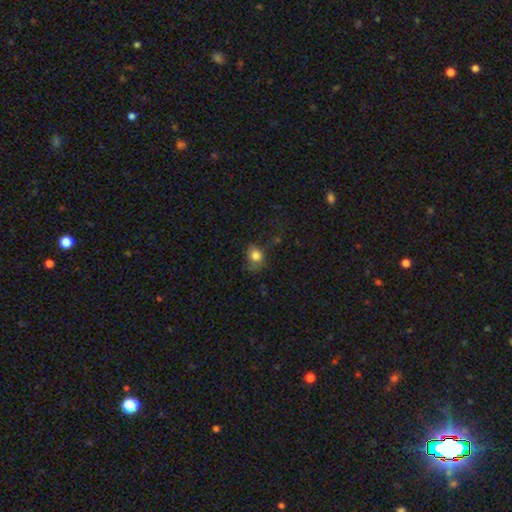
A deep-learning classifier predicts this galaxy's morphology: Smooth or featured?
  - smooth: 78% *
  - star or artifact: 11%
  - featured or disk: 11%
How rounded?
  - round: 59% *
  - in between: 39%
  - cigar-shaped: 1%
Merging?
  - none: 45% *
  - minor disturbance: 30%
  - major disturbance: 23%
  - merger: 3%